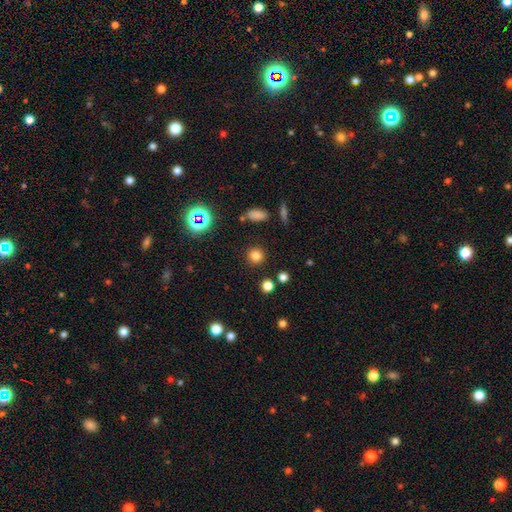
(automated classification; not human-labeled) The model was most divided on "smooth or featured": smooth: 78%, star or artifact: 16%, featured or disk: 6%. More confident: how rounded — round (92%); merging — none (89%).